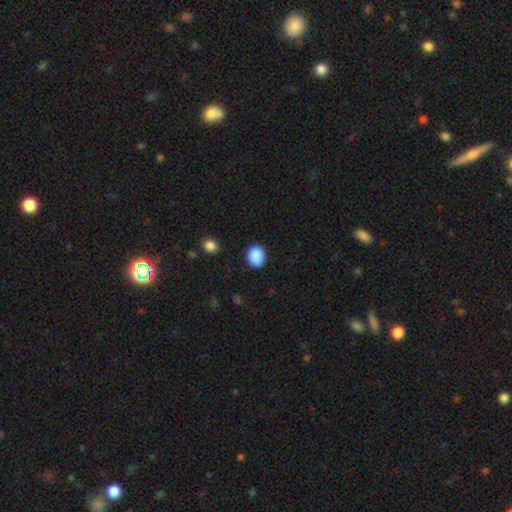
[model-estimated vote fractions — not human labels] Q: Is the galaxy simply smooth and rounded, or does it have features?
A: smooth — 89%.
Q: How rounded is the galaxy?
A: round — 67%.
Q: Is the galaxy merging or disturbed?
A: none — 85%.